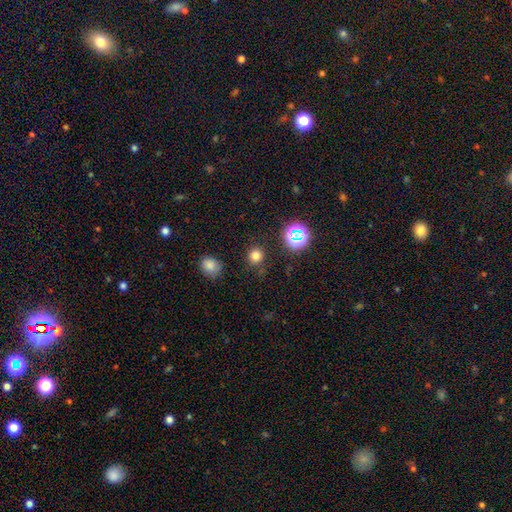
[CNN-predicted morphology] Overall: smooth (76%). How rounded: round (87%). Merging: none (84%).